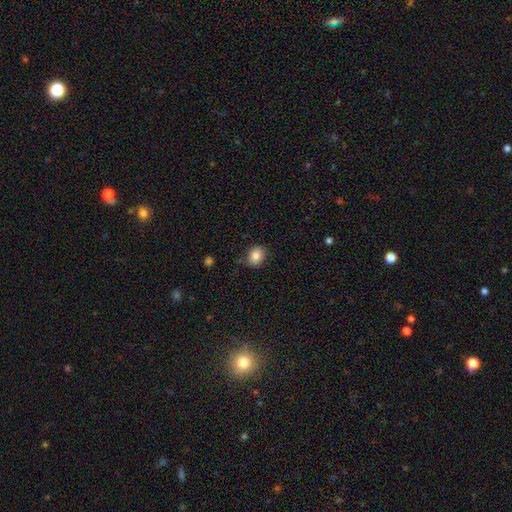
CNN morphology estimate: Q: Smooth or featured?
A: smooth (84%); runner-up: star or artifact (9%)
Q: How rounded?
A: round (57%); runner-up: in between (42%)
Q: Merging?
A: none (83%); runner-up: minor disturbance (13%)